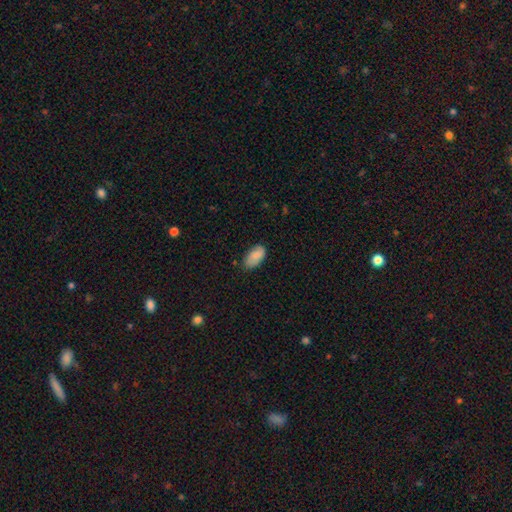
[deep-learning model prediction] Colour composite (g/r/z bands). It shows a smooth galaxy with no disk features (85%) that is in between round and cigar-shaped (94%). Merging: none (75%).